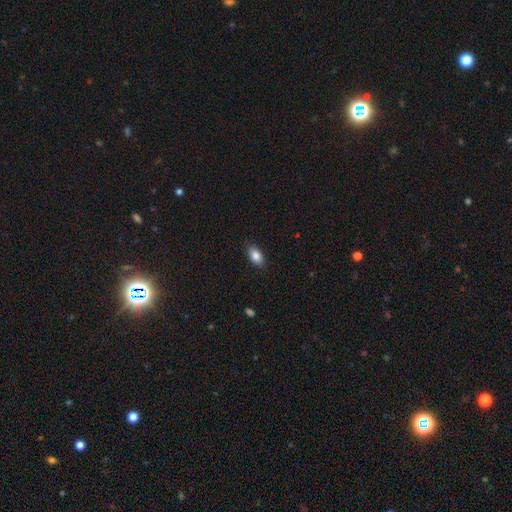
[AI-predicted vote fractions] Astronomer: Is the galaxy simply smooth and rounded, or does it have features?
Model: smooth — 86%.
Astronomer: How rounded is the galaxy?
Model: in between — 91%.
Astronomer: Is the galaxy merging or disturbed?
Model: none — 88%.